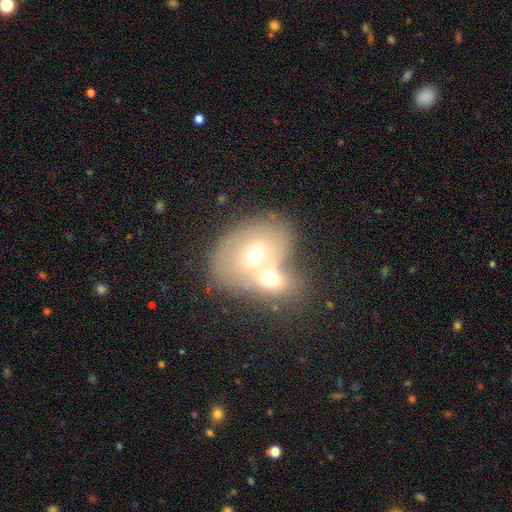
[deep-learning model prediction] Overall: smooth (55%; featured or disk 34%). How rounded: in between (57%; round 42%). Merging: merger (66%).